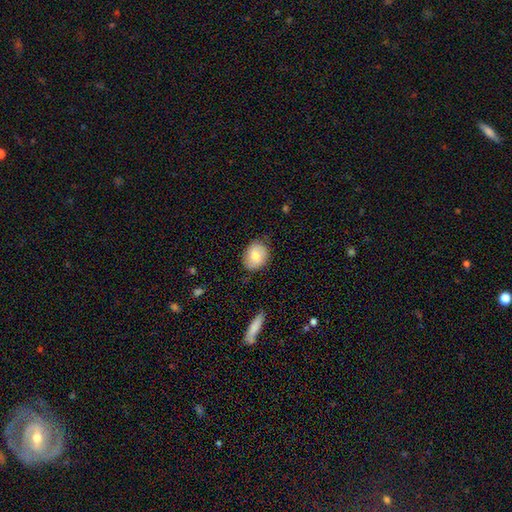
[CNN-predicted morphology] This is likely a smooth galaxy (70%). How rounded: possibly round (53%). Merging: likely none (76%).